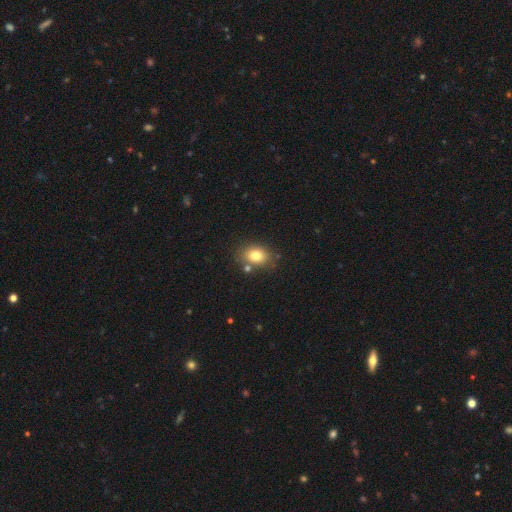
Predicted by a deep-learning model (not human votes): A smooth galaxy with no disk features (79%) that is in between round and cigar-shaped (61%).

Vote fractions:
- Smooth or featured? smooth: 79% / star or artifact: 11% / featured or disk: 10%
- How rounded? in between: 61% / round: 38% / cigar-shaped: 1%
- Merging? none: 75% / minor disturbance: 12% / merger: 9% / major disturbance: 4%